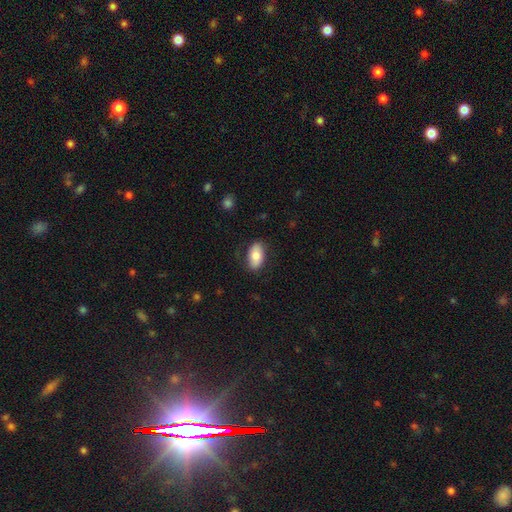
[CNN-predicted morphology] Smooth or featured: smooth — 78% (featured or disk — 16%)
How rounded: in between — 93% (round — 4%)
Merging: none — 82% (minor disturbance — 14%)